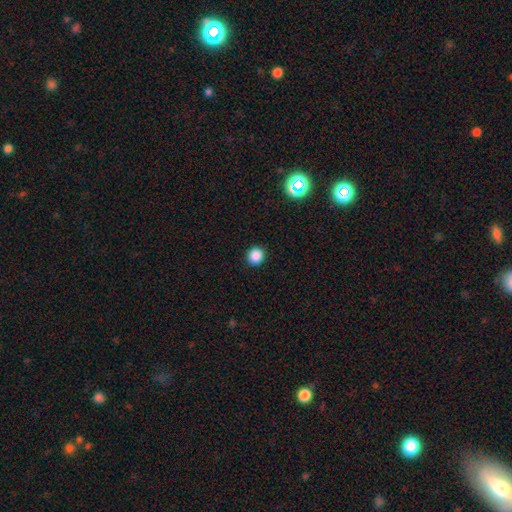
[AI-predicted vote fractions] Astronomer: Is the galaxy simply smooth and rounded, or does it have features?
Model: smooth — 86%.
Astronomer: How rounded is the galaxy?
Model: round — 92%.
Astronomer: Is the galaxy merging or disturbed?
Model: none — 92%.